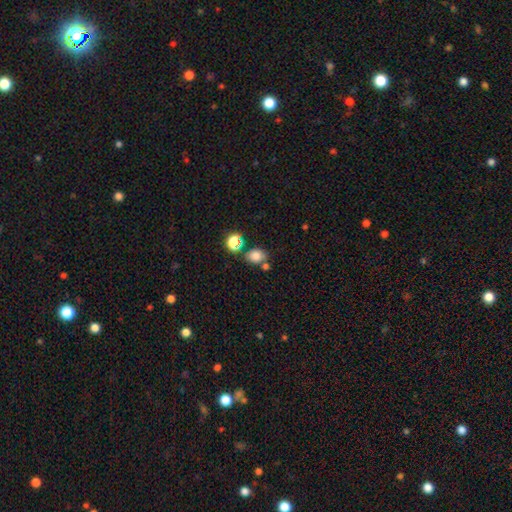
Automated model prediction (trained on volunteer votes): This appears to be a smooth galaxy with no disk features (77%) that is in between round and cigar-shaped (57%). Merging: none (67%).